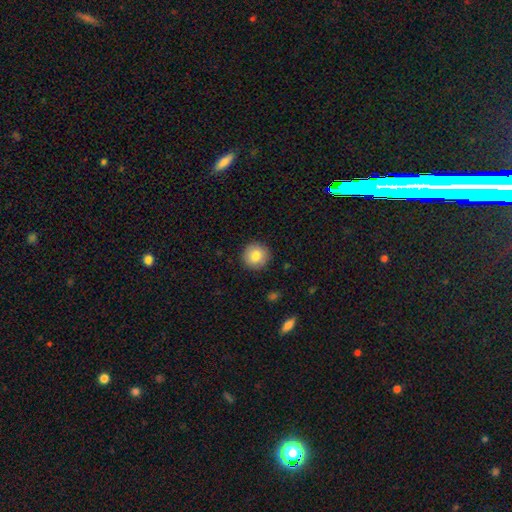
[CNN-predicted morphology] smooth-or-featured: smooth: 83% | featured or disk: 9% | star or artifact: 8%
  how-rounded: round: 95% | in between: 4% | cigar-shaped: 1%
  merging: none: 91% | minor disturbance: 6% | major disturbance: 2% | merger: 1%